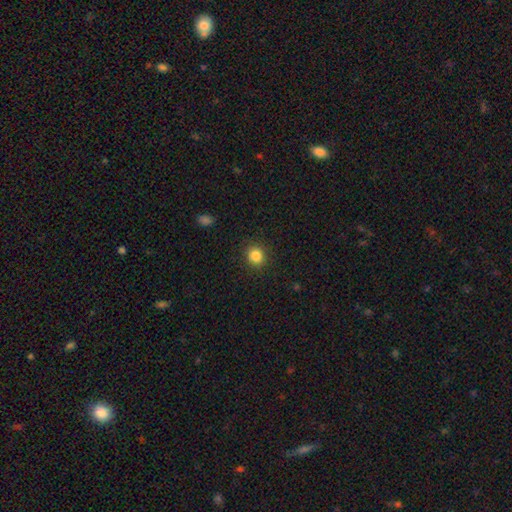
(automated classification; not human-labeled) Morphology: type=smooth (85%); roundness=round (84%); merging=none (89%).